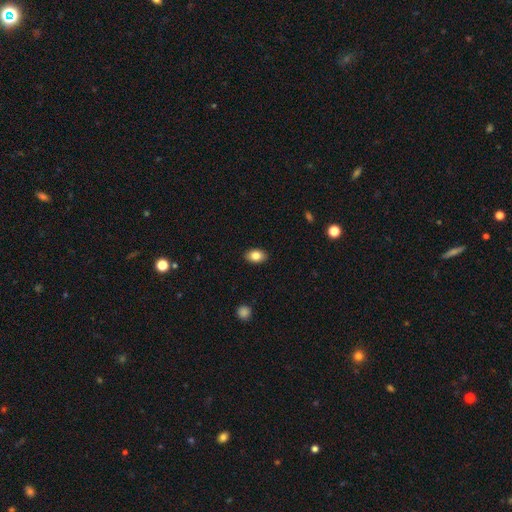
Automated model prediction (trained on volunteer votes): This is clearly a smooth galaxy (84%). How rounded: clearly in between (84%). Merging: clearly none (89%).